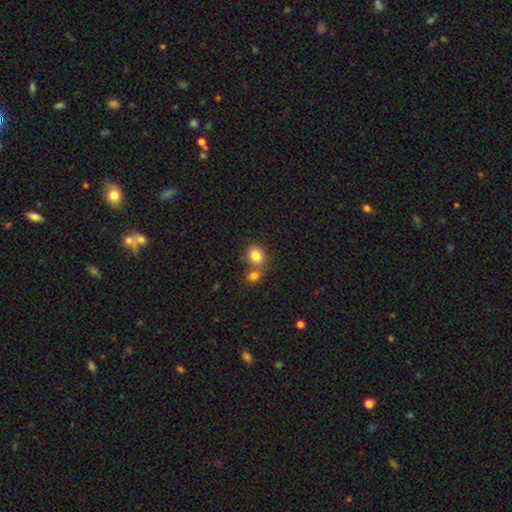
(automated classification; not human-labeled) Morphology: type=smooth (82%); roundness=round (74%); merging=none (49%).